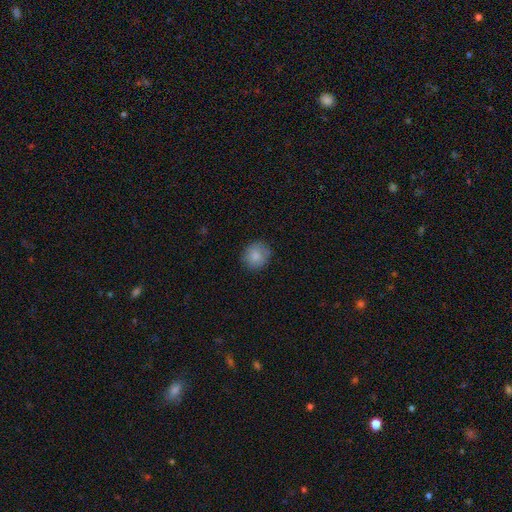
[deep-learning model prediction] smooth-or-featured: smooth: 85% | star or artifact: 8% | featured or disk: 7%
  how-rounded: round: 86% | in between: 13% | cigar-shaped: 1%
  merging: none: 84% | minor disturbance: 12% | major disturbance: 3% | merger: 1%